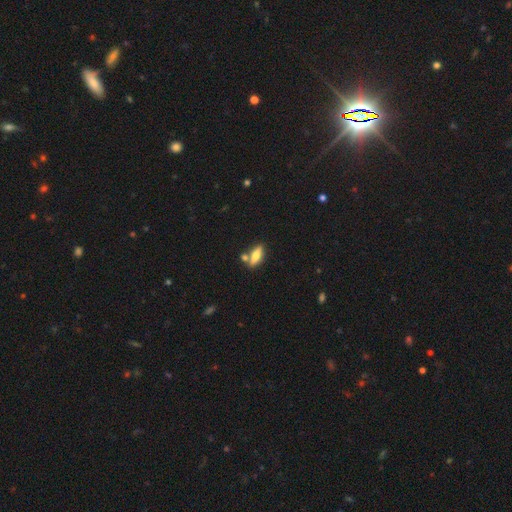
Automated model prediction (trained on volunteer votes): This is likely a smooth galaxy (62%). How rounded: possibly in between (55%). Merging: likely none (68%).